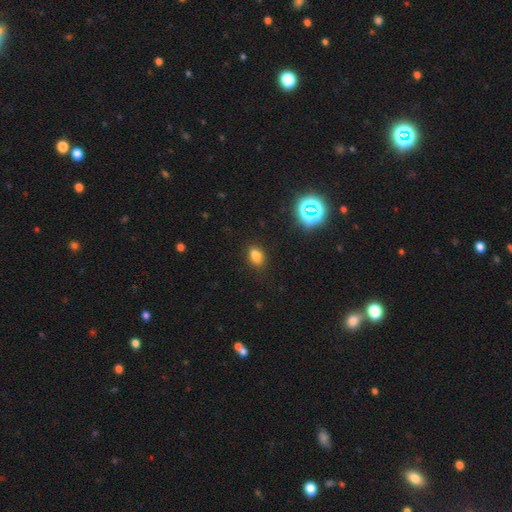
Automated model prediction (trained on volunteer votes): A smooth galaxy with no disk features (77%) that is in between round and cigar-shaped (83%).

Vote fractions:
- Smooth or featured? smooth: 77% / star or artifact: 17% / featured or disk: 6%
- How rounded? in between: 83% / round: 14% / cigar-shaped: 3%
- Merging? none: 81% / minor disturbance: 13% / major disturbance: 3% / merger: 3%